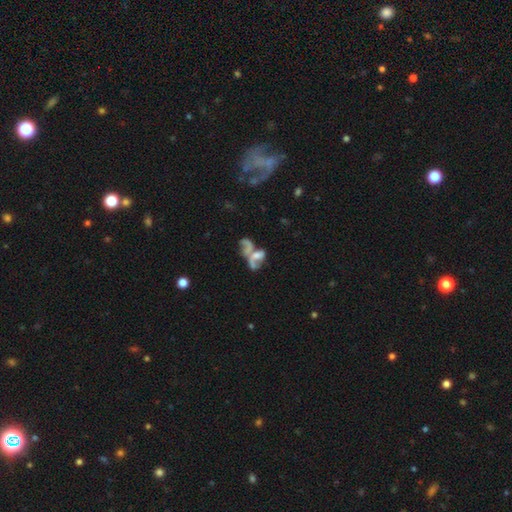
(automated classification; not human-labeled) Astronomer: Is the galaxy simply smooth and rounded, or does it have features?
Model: featured or disk — 60%.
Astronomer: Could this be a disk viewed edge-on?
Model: no — 94%.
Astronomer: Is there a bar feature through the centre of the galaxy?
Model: no — 71%.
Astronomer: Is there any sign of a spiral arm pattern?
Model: yes — 56% (runner-up: no, 44%).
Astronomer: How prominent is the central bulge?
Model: none — 37% (runner-up: moderate, 28%).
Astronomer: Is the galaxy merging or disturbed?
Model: merger — 48%.